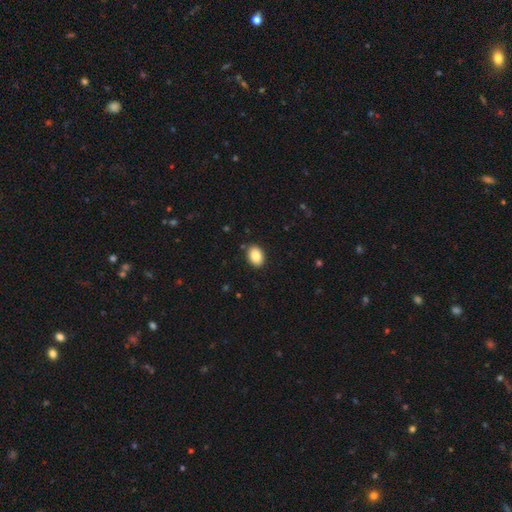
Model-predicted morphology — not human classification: This is clearly a smooth galaxy (86%). How rounded: likely in between (77%). Merging: clearly none (89%).